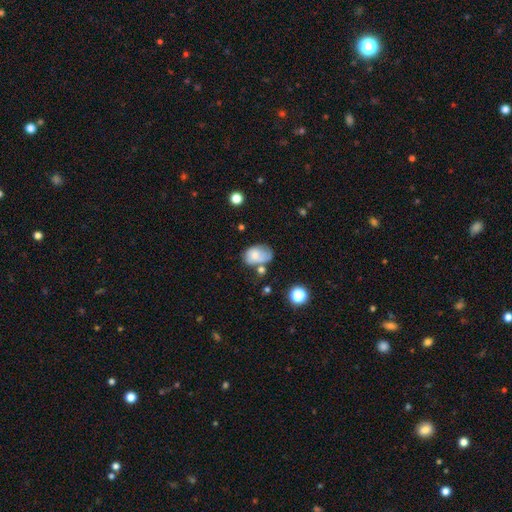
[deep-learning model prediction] Smooth or featured?
  - smooth: 65% *
  - featured or disk: 26%
  - star or artifact: 10%
How rounded?
  - in between: 82% *
  - round: 17%
  - cigar-shaped: 1%
Merging?
  - none: 40% *
  - minor disturbance: 30%
  - merger: 16%
  - major disturbance: 15%